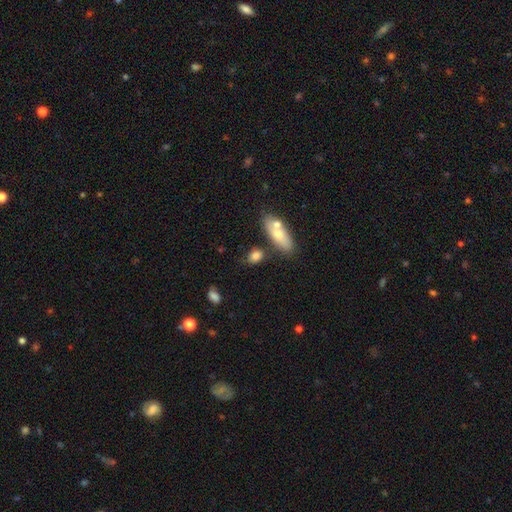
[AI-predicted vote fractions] Smooth or featured?
  - smooth: 78% *
  - featured or disk: 13%
  - star or artifact: 9%
How rounded?
  - in between: 71% *
  - round: 21%
  - cigar-shaped: 8%
Merging?
  - none: 58% *
  - merger: 19%
  - minor disturbance: 17%
  - major disturbance: 6%